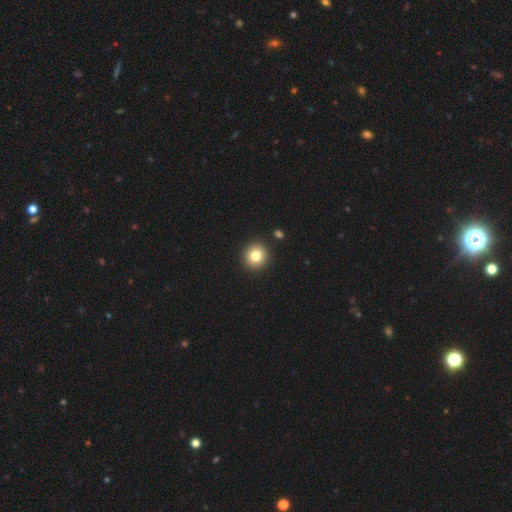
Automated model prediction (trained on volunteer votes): Overall: smooth (82%). How rounded: round (92%). Merging: none (91%).